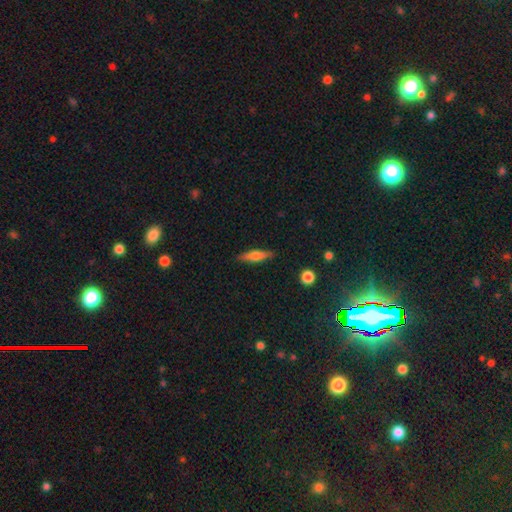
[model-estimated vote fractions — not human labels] Smooth or featured: smooth — 54% (featured or disk — 40%)
How rounded: cigar-shaped — 70% (in between — 27%)
Merging: none — 87% (minor disturbance — 9%)